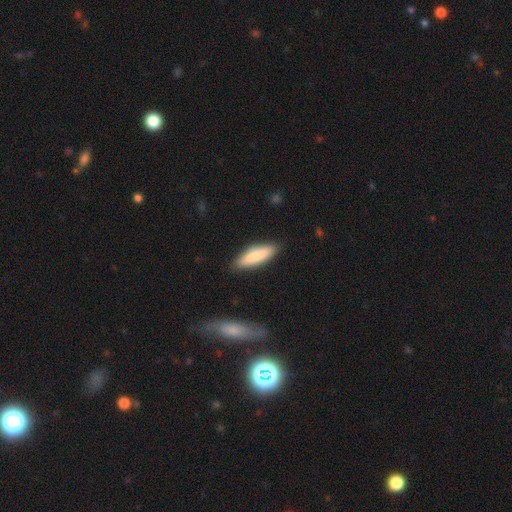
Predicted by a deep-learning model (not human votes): Smooth or featured: smooth — 82% (featured or disk — 12%)
How rounded: cigar-shaped — 58% (in between — 40%)
Merging: none — 87% (minor disturbance — 10%)